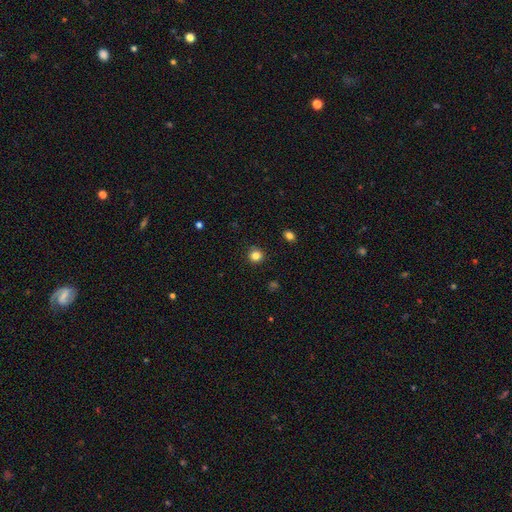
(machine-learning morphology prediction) A smooth galaxy with no disk features (83%) that is round (93%).

Vote fractions:
- Smooth or featured? smooth: 83% / star or artifact: 13% / featured or disk: 4%
- How rounded? round: 93% / in between: 6% / cigar-shaped: 1%
- Merging? none: 91% / minor disturbance: 6% / major disturbance: 2% / merger: 1%